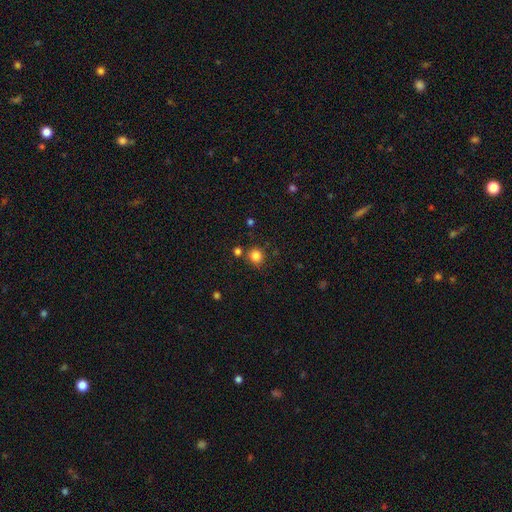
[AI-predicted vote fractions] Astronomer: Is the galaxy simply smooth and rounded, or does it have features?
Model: smooth — 83%.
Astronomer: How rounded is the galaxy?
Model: round — 88%.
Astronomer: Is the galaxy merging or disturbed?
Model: none — 78%.